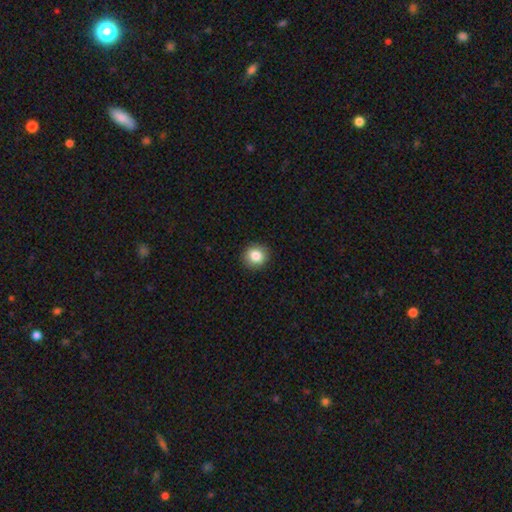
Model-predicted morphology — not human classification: smooth-or-featured: smooth: 84% | star or artifact: 9% | featured or disk: 6%
  how-rounded: round: 86% | in between: 13% | cigar-shaped: 1%
  merging: none: 91% | minor disturbance: 6% | major disturbance: 2% | merger: 1%